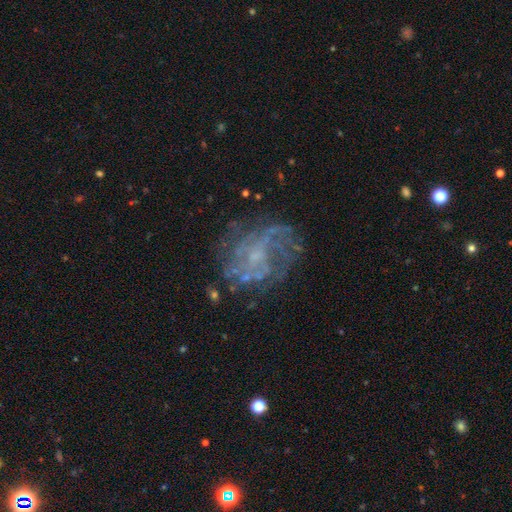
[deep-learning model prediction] Smooth or featured? Predicted: featured or disk (p=0.75). Edge-on disk? Predicted: no (p=0.98). Bar? Predicted: no (p=0.65). Spiral arms? Predicted: yes (p=0.77). Spiral winding? Predicted: medium (p=0.40). Spiral arm count? Predicted: can't tell (p=0.45). Bulge size? Predicted: small (p=0.51). Merging? Predicted: none (p=0.65).